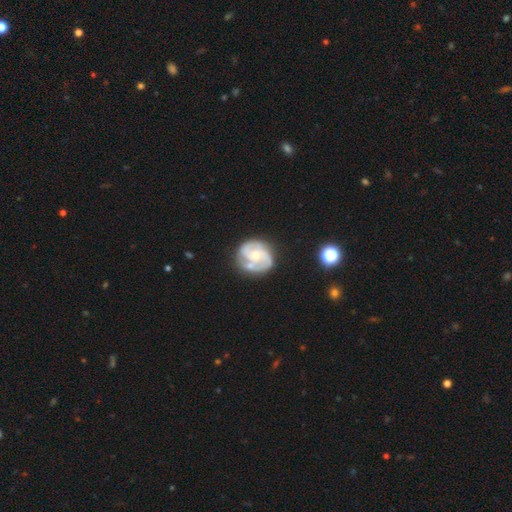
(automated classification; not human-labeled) Smooth or featured?
  - featured or disk: 81% *
  - smooth: 14%
  - star or artifact: 5%
Edge-on disk?
  - no: 98% *
  - yes: 2%
Bar?
  - no: 65% *
  - weak: 29%
  - strong: 6%
Spiral arms?
  - yes: 92% *
  - no: 8%
Spiral winding?
  - tight: 46% *
  - medium: 42%
  - loose: 12%
Spiral arm count?
  - 2: 56% *
  - 3: 19%
  - can't tell: 15%
  - 1: 5%
  - 4: 3%
  - more than 4: 3%
Bulge size?
  - small: 47% *
  - moderate: 45%
  - none: 3%
  - large: 3%
  - dominant: 1%
Merging?
  - none: 60% *
  - minor disturbance: 22%
  - major disturbance: 10%
  - merger: 8%